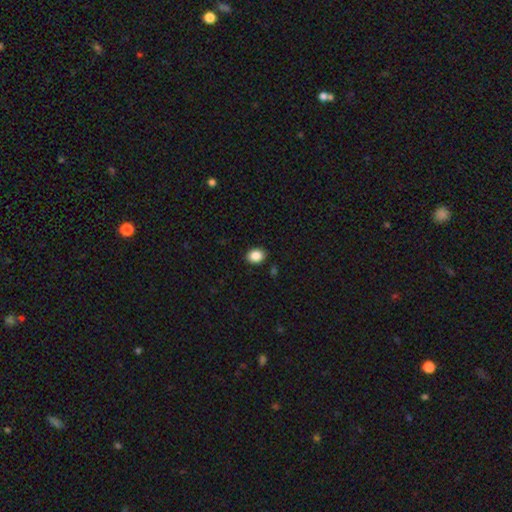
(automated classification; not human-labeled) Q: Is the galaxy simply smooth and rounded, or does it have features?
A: smooth — 88%.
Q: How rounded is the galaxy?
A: in between — 53%.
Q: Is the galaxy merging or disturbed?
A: none — 89%.